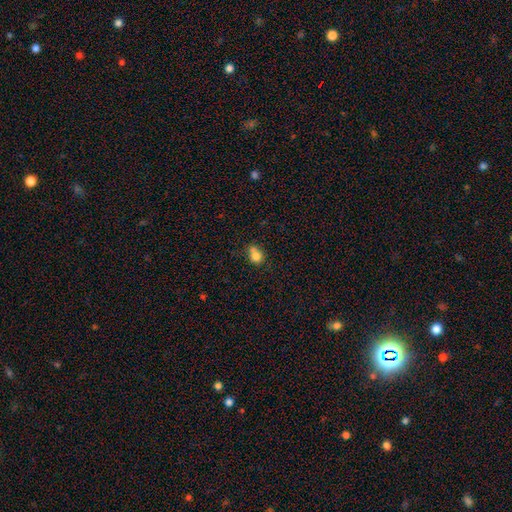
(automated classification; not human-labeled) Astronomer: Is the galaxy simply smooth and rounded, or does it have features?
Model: smooth — 78%.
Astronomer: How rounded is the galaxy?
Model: round — 65%.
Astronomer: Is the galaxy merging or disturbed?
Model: none — 45% (runner-up: merger, 29%).